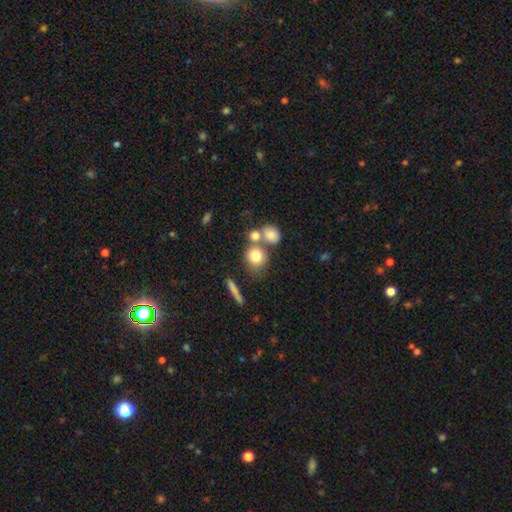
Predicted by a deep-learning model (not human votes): Q: Smooth or featured?
A: smooth (77%); runner-up: featured or disk (12%)
Q: How rounded?
A: round (77%); runner-up: in between (21%)
Q: Merging?
A: none (49%); runner-up: merger (37%)